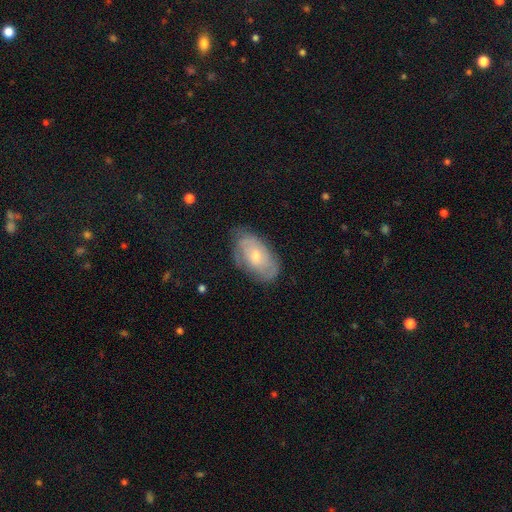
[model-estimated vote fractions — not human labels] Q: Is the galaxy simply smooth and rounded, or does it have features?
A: featured or disk — 54%.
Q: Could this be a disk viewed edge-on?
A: no — 92%.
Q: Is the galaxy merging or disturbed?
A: none — 69%.